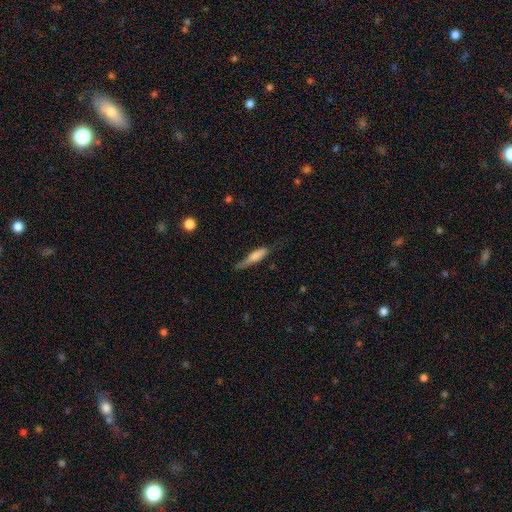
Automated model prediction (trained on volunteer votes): This is likely a smooth galaxy (64%). How rounded: likely cigar-shaped (77%). Merging: possibly none (49%).